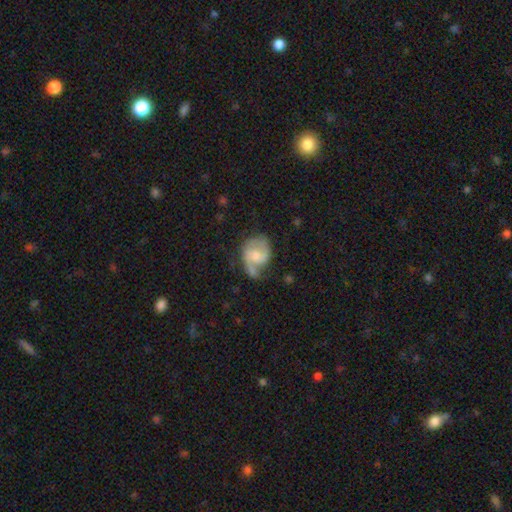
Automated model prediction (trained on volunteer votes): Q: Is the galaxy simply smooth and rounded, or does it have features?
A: featured or disk — 70%.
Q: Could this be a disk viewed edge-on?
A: no — 98%.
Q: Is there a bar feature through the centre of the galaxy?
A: no — 56%.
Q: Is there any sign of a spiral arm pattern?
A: yes — 91%.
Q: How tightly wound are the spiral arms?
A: medium — 48%.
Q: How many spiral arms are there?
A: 2 — 71%.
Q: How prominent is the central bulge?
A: moderate — 44%.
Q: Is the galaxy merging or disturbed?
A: none — 46%.